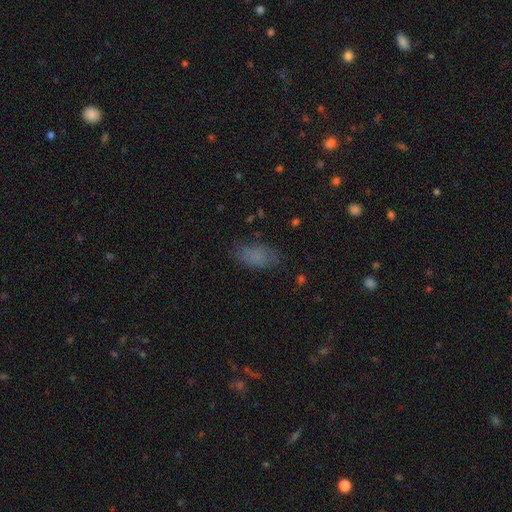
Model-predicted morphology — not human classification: type=smooth (78%); roundness=in between (91%); merging=none (75%).